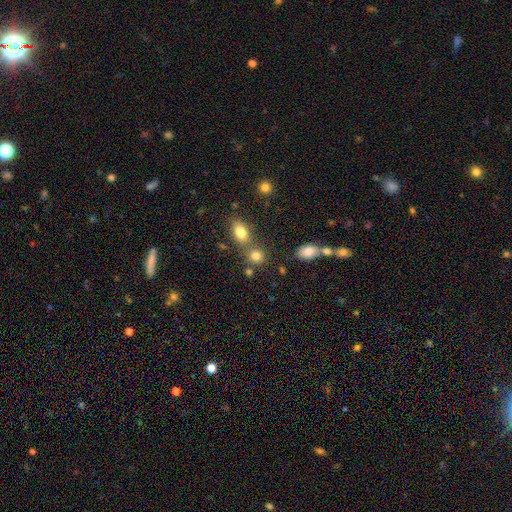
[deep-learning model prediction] This appears to be a smooth galaxy with no disk features (80%) that is round (68%). Merging: none (60%).